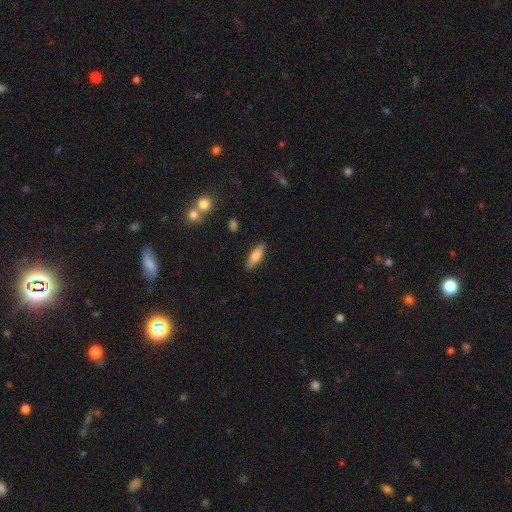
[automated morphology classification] Smooth or featured: smooth — 72% (featured or disk — 21%)
How rounded: cigar-shaped — 49% (tied with in between — 49%)
Merging: none — 87% (minor disturbance — 9%)